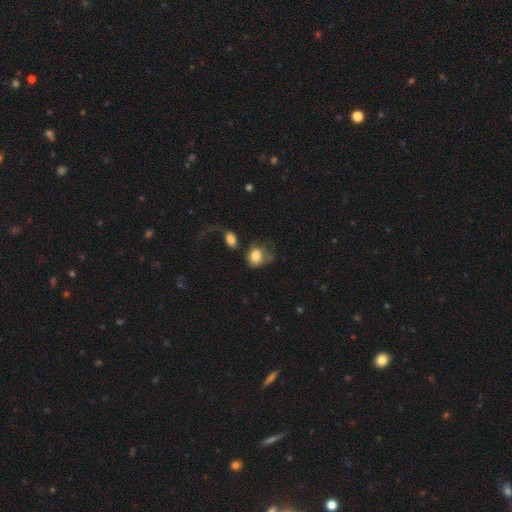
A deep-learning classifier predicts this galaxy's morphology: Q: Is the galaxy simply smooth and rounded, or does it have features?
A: smooth — 78%.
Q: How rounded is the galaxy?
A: round — 55%.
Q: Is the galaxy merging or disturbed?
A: major disturbance — 32%.